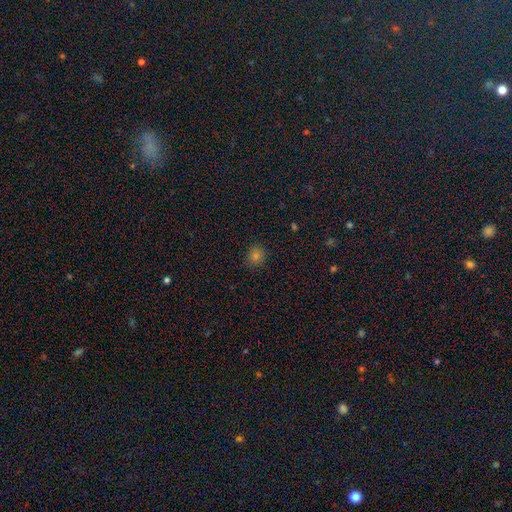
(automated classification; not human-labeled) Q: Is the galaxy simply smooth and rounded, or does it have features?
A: smooth — 76%.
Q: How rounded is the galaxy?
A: round — 78%.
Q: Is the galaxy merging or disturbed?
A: none — 88%.